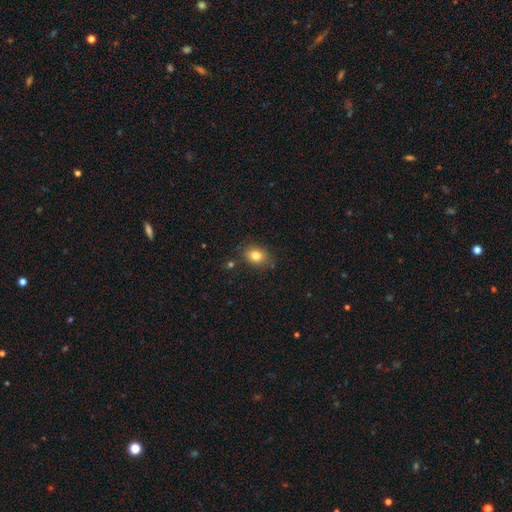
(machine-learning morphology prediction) Smooth or featured? Predicted: smooth (p=0.81). How rounded? Predicted: in between (p=0.60). Merging? Predicted: none (p=0.82).